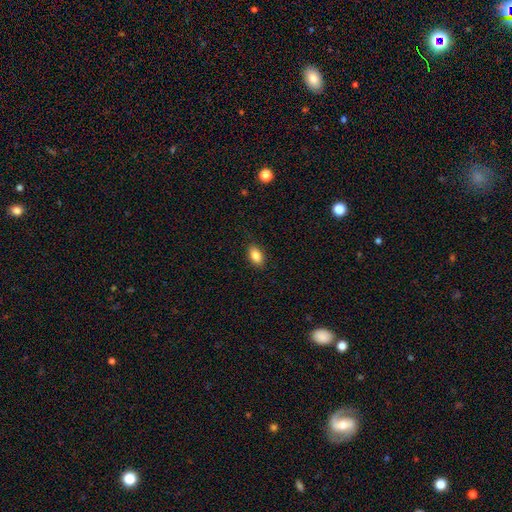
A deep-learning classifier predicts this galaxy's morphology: Smooth or featured? smooth (86%)
How rounded? in between (90%)
Merging? none (88%)